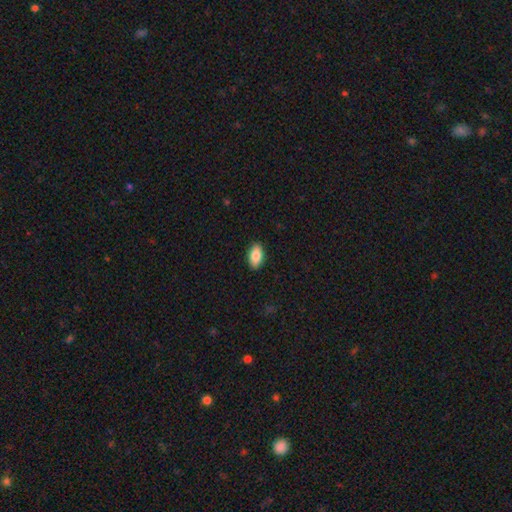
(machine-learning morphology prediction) type=smooth (85%); roundness=in between (93%); merging=none (90%).